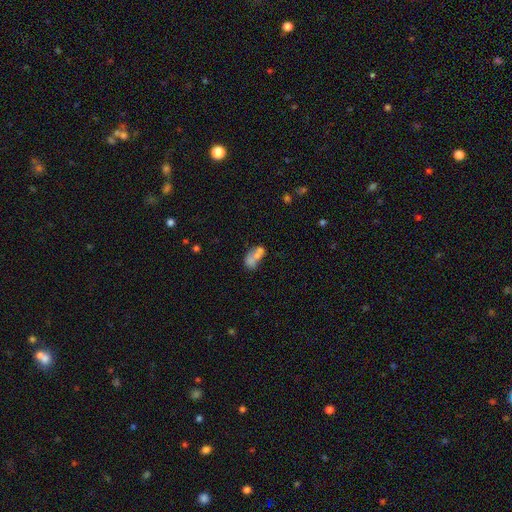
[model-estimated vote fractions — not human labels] A smooth galaxy with no disk features (57%) that is in between round and cigar-shaped (77%).

Vote fractions:
- Smooth or featured? smooth: 57% / featured or disk: 31% / star or artifact: 11%
- How rounded? in between: 77% / round: 20% / cigar-shaped: 3%
- Merging? merger: 57% / none: 22% / minor disturbance: 11% / major disturbance: 9%